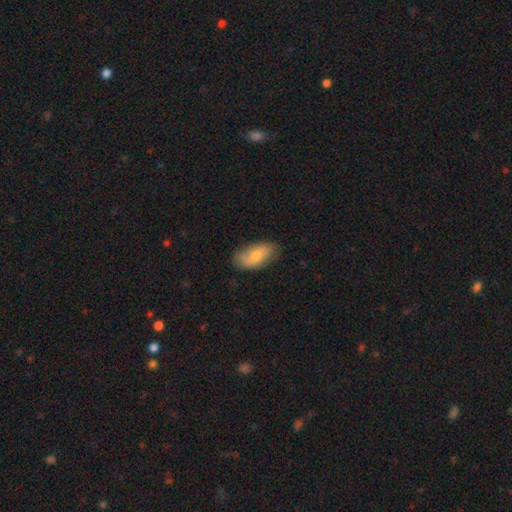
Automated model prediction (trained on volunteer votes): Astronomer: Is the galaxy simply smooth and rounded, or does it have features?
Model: smooth — 66%.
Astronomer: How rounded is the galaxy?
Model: in between — 92%.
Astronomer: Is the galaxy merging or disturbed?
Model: none — 71%.